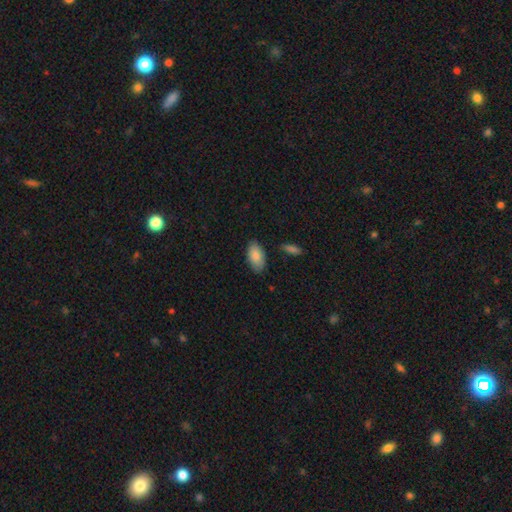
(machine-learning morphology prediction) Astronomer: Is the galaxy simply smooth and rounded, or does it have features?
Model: smooth — 86%.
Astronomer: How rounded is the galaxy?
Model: in between — 94%.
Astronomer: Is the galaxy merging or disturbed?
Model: none — 79%.